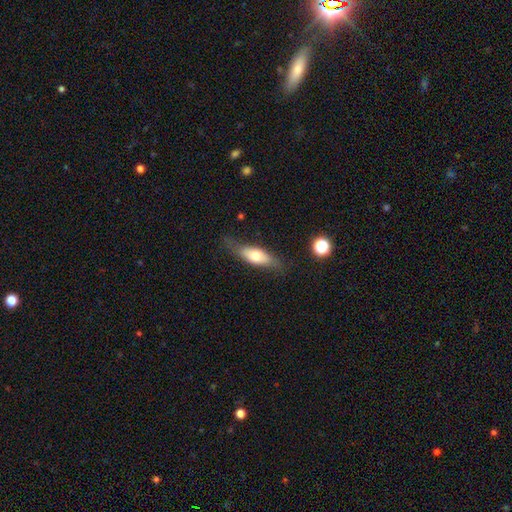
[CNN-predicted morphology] Q: Smooth or featured?
A: smooth (60%); runner-up: featured or disk (33%)
Q: How rounded?
A: in between (64%); runner-up: cigar-shaped (32%)
Q: Merging?
A: none (70%); runner-up: minor disturbance (21%)